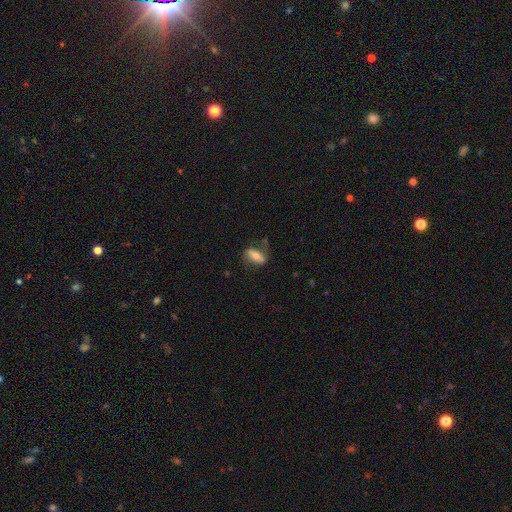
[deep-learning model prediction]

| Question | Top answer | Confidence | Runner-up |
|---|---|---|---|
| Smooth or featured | smooth | 53% | featured or disk (39%) |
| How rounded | in between | 81% | cigar-shaped (13%) |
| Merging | none | 61% | minor disturbance (23%) |